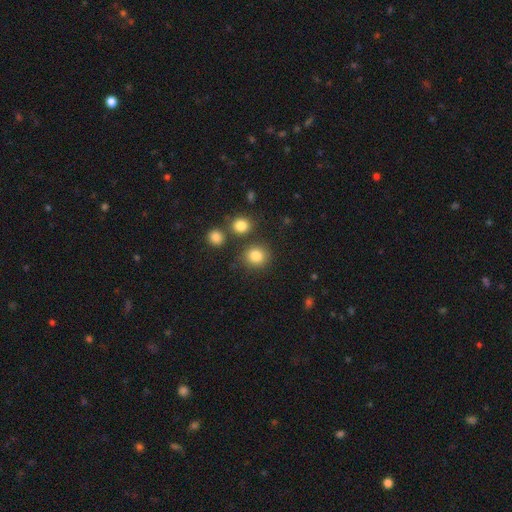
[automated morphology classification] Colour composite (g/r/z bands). It shows a smooth galaxy with no disk features (83%) that is round (83%). Merging: none (78%).